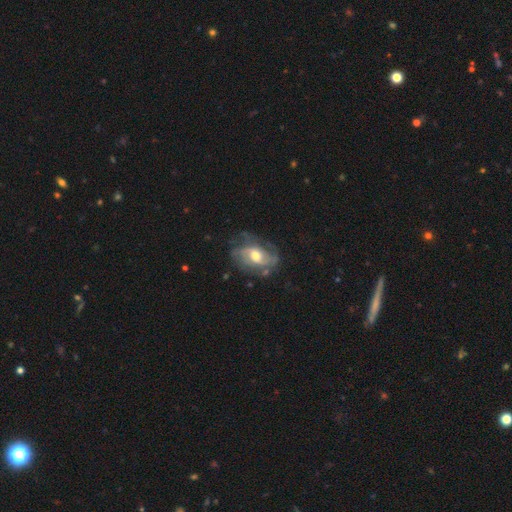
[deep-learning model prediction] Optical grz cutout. It shows a featured or disk galaxy (79%) with no bar (51%), 2 (48%) medium (45%) spiral arms (90%) and a moderate central bulge (67%). Merging: none (61%).